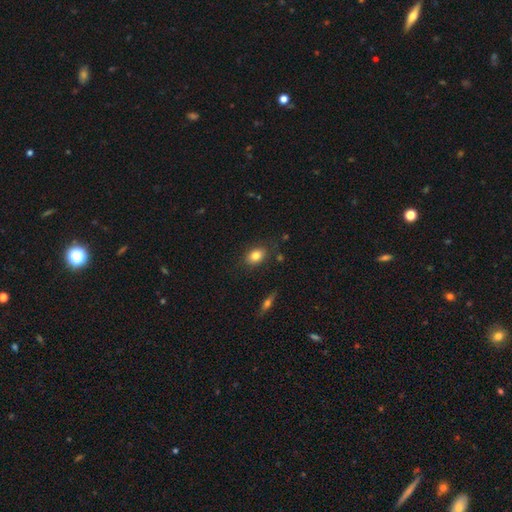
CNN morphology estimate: smooth_or_featured: smooth (p=0.81) [alt: featured or disk p=0.11]
how_rounded: in between (p=0.77) [alt: round p=0.21]
merging: none (p=0.84) [alt: minor disturbance p=0.11]